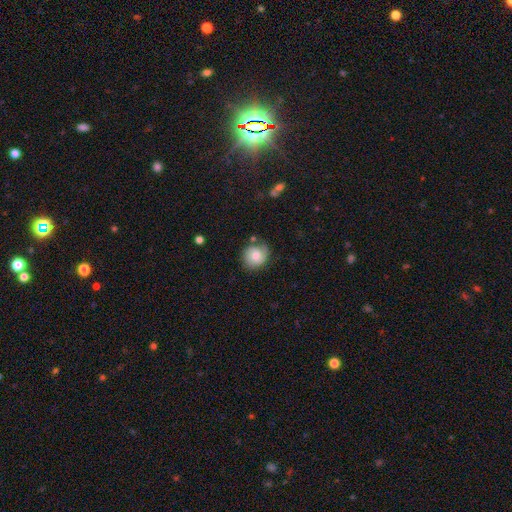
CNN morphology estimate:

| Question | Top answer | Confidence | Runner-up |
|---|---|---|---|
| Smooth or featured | smooth | 49% | featured or disk (43%) |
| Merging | none | 69% | minor disturbance (21%) |